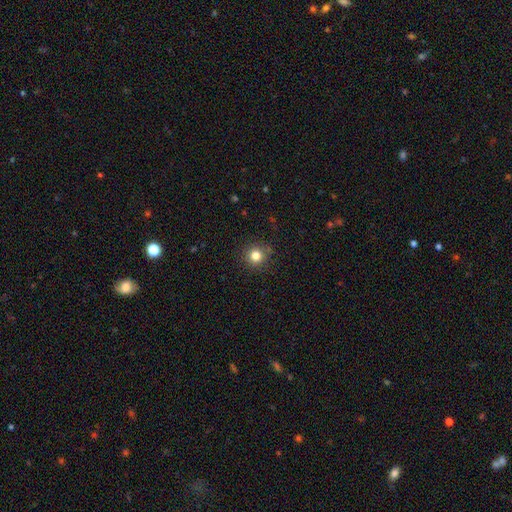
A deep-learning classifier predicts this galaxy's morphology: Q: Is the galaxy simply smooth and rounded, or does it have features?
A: smooth — 81%.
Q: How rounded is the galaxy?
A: round — 94%.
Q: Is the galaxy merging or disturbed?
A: none — 90%.